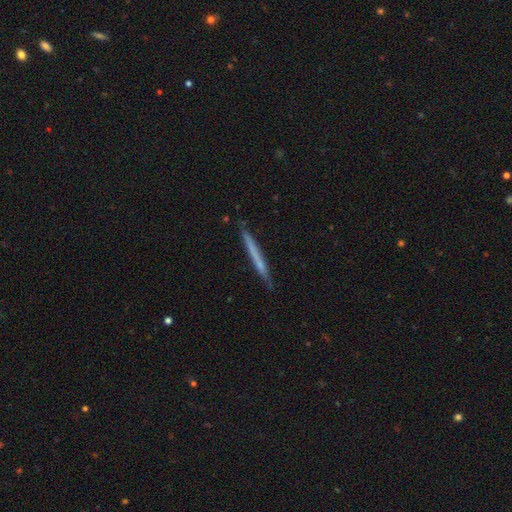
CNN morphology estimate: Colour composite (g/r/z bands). It shows a smooth galaxy with no disk features (48%). Merging: none (87%).